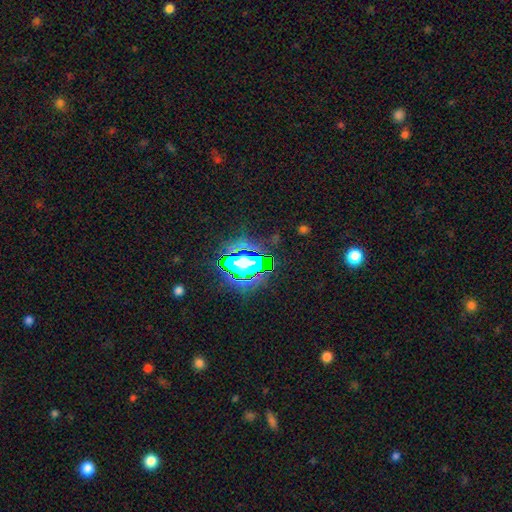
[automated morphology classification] A star or artifact, not a galaxy (74%).

Vote fractions:
- Smooth or featured? star or artifact: 74% / smooth: 15% / featured or disk: 10%